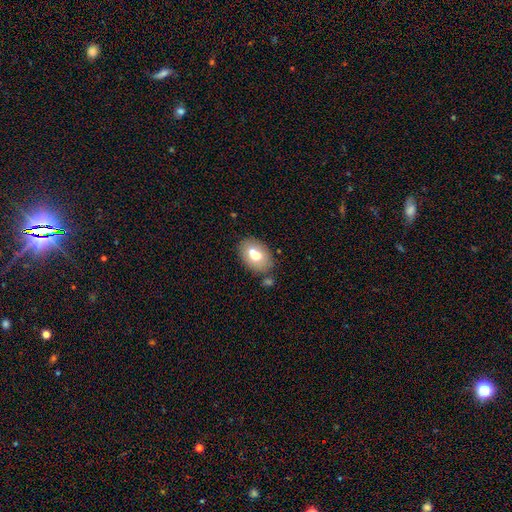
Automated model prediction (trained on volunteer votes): Smooth or featured: smooth — 67% (featured or disk — 25%)
How rounded: in between — 82% (round — 17%)
Merging: none — 62% (merger — 22%)